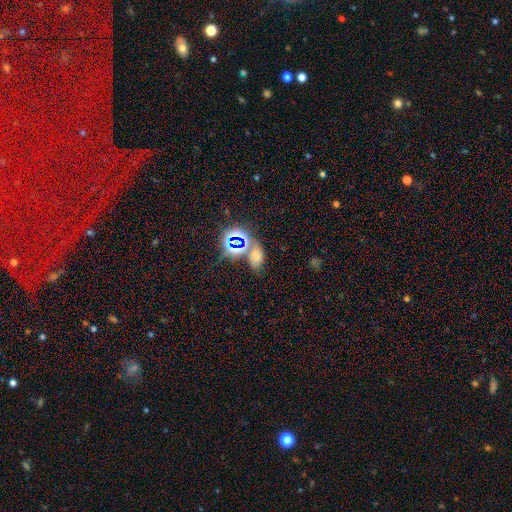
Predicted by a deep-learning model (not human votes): The model was most divided on "smooth or featured": smooth: 50%, star or artifact: 38%, featured or disk: 12%. More confident: merging — none (56%).